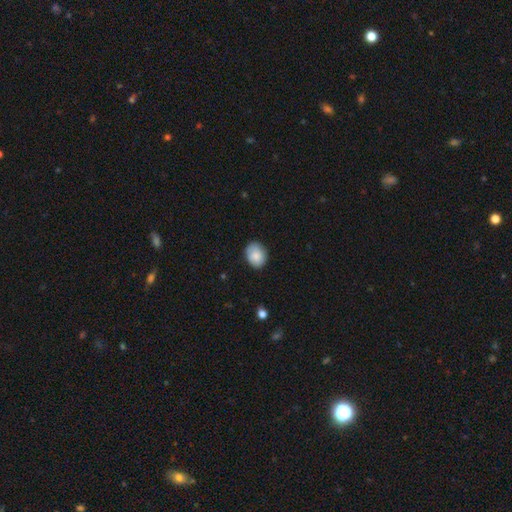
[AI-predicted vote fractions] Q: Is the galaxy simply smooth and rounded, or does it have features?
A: smooth — 84%.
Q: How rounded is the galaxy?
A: in between — 57%.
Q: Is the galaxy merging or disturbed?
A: none — 79%.